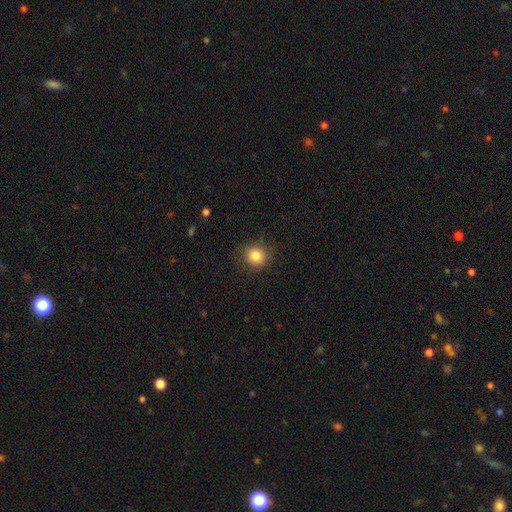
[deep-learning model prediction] Morphology: type=smooth (84%); roundness=round (85%); merging=none (86%).